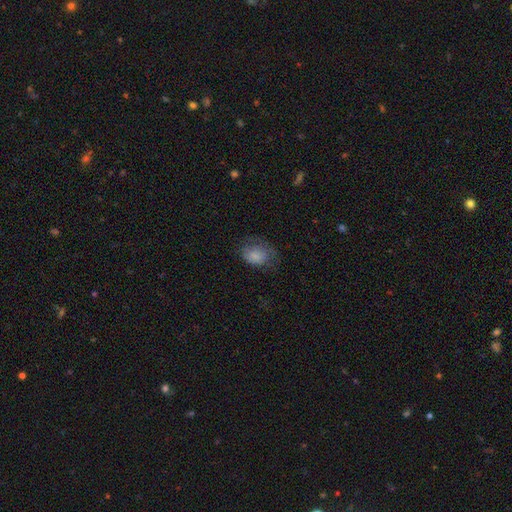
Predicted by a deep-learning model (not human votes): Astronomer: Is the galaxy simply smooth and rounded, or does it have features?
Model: smooth — 77%.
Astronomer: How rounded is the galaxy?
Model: in between — 65%.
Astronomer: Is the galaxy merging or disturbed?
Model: none — 49% (runner-up: minor disturbance, 29%).